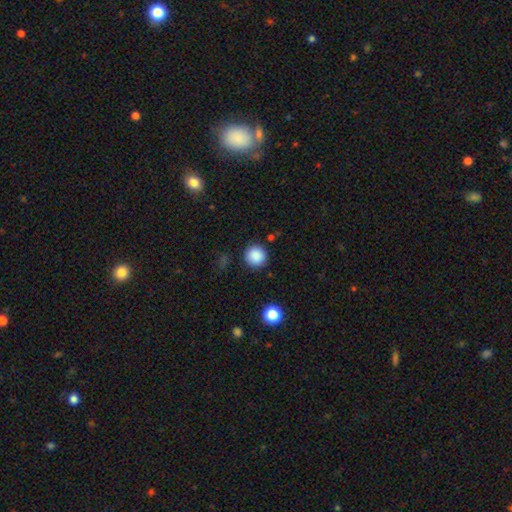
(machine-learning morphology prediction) A smooth galaxy with no disk features (87%) that is round (95%). Merging: none (89%).